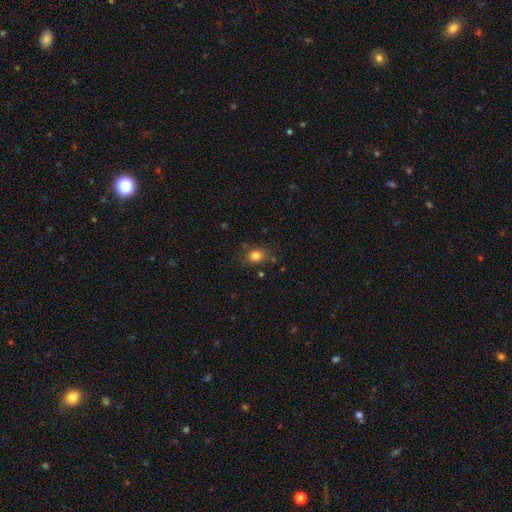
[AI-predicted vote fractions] smooth_or_featured: smooth (p=0.81) [alt: star or artifact p=0.11]
how_rounded: in between (p=0.57) [alt: round p=0.42]
merging: none (p=0.76) [alt: minor disturbance p=0.16]